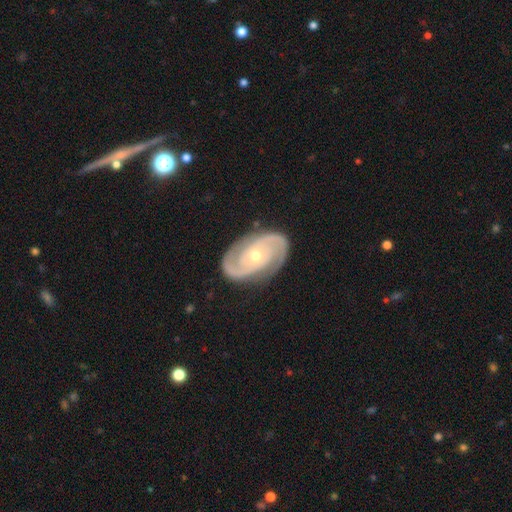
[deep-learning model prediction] Smooth or featured?
  - featured or disk: 92% *
  - smooth: 4%
  - star or artifact: 4%
Edge-on disk?
  - no: 97% *
  - yes: 3%
Bar?
  - no: 69% *
  - weak: 22%
  - strong: 8%
Spiral arms?
  - yes: 98% *
  - no: 2%
Spiral winding?
  - tight: 57% *
  - medium: 37%
  - loose: 6%
Spiral arm count?
  - 2: 91% *
  - 3: 3%
  - can't tell: 3%
  - 1: 1%
  - 4: 1%
  - more than 4: 1%
Bulge size?
  - moderate: 51% *
  - small: 46%
  - large: 1%
  - none: 1%
  - dominant: 1%
Merging?
  - none: 85% *
  - minor disturbance: 11%
  - major disturbance: 3%
  - merger: 1%